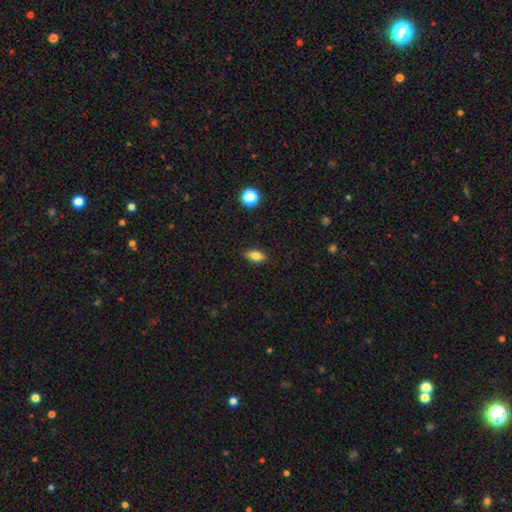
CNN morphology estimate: Overall: smooth (75%). How rounded: in between (82%). Merging: none (87%).